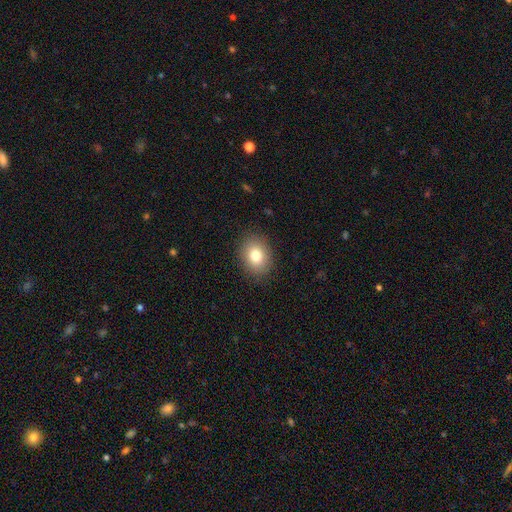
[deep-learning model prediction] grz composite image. It shows a smooth galaxy with no disk features (80%) that is in between round and cigar-shaped (55%). Merging: none (87%).